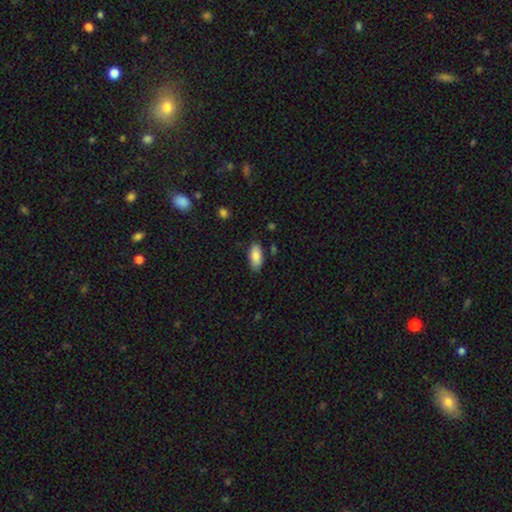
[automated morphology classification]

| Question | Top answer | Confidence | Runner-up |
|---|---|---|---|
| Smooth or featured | smooth | 84% | featured or disk (9%) |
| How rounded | in between | 90% | cigar-shaped (8%) |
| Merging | none | 80% | minor disturbance (15%) |